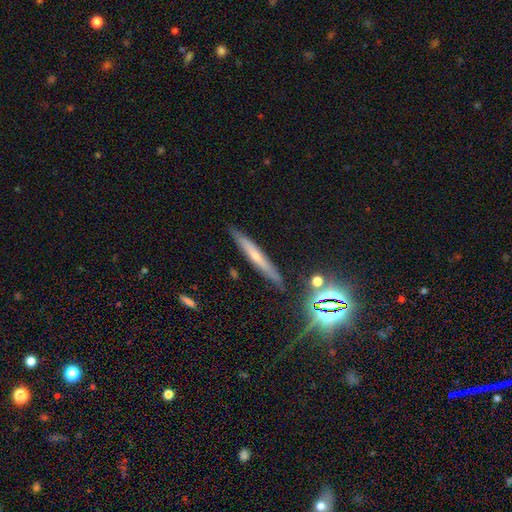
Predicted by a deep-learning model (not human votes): This appears to be a featured or disk galaxy (45%). Merging: none (85%).